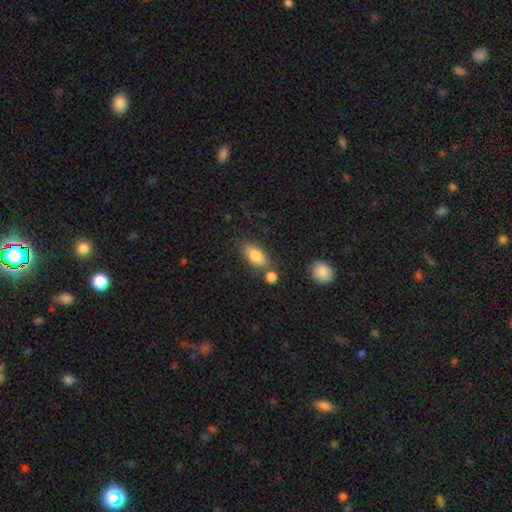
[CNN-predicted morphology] type=smooth (82%); roundness=in between (86%); merging=none (66%).